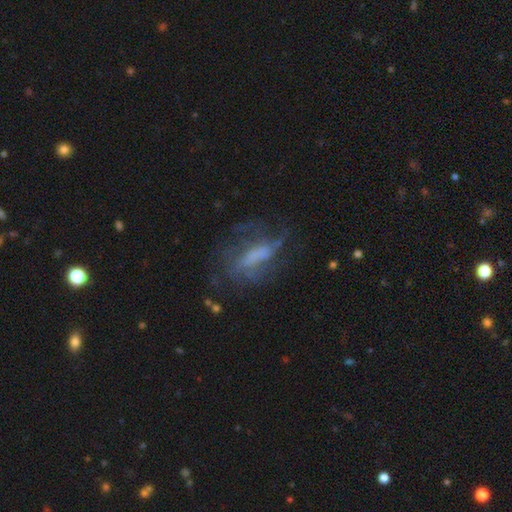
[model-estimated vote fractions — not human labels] Q: Smooth or featured?
A: featured or disk (60%); runner-up: smooth (26%)
Q: Edge-on disk?
A: no (88%); runner-up: yes (12%)
Q: Bar?
A: no (38%); runner-up: weak (34%)
Q: Spiral arms?
A: yes (62%); runner-up: no (38%)
Q: Bulge size?
A: none (45%); runner-up: moderate (21%)
Q: Merging?
A: none (51%); runner-up: major disturbance (26%)